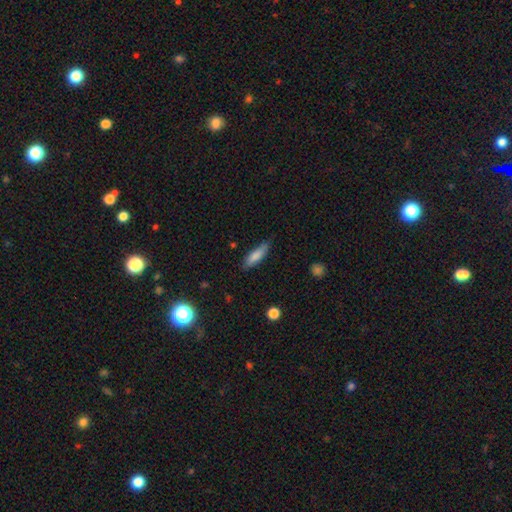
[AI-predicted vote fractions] smooth 79%, featured or disk 14%, star or artifact 6%. Down the decision tree: how rounded — cigar-shaped (60%); merging — none (77%).